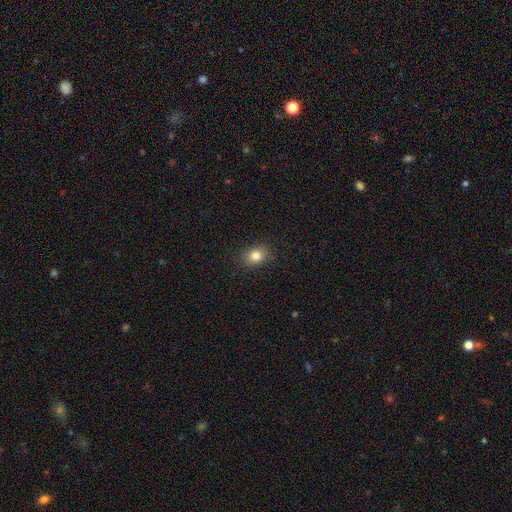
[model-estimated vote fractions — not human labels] A smooth galaxy with no disk features (83%) that is in between round and cigar-shaped (50%). Merging: none (86%).